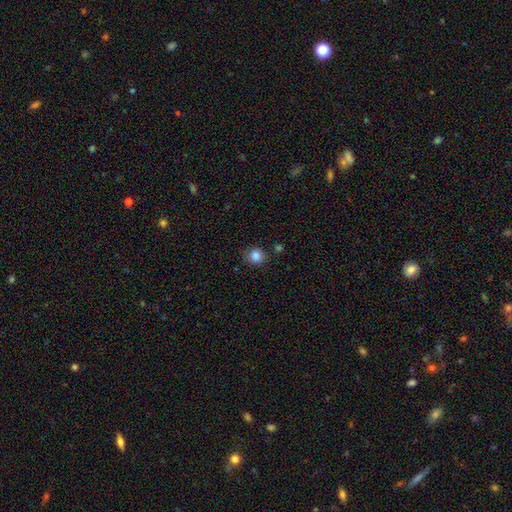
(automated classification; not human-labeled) A smooth galaxy with no disk features (85%) that is round (87%).

Vote fractions:
- Smooth or featured? smooth: 85% / star or artifact: 11% / featured or disk: 4%
- How rounded? round: 87% / in between: 12% / cigar-shaped: 1%
- Merging? none: 83% / minor disturbance: 11% / merger: 4% / major disturbance: 3%